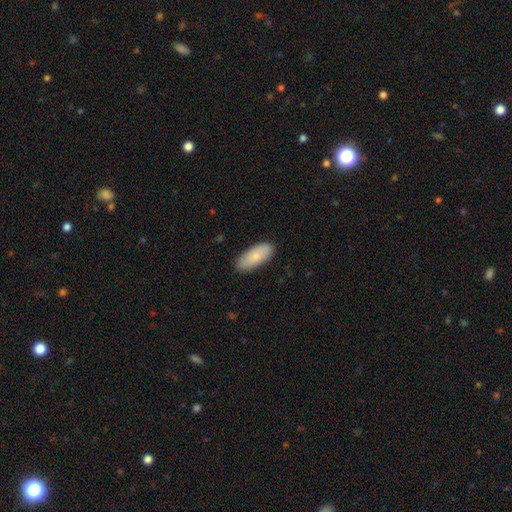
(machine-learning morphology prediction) Overall: smooth (82%). How rounded: in between (86%). Merging: none (86%).